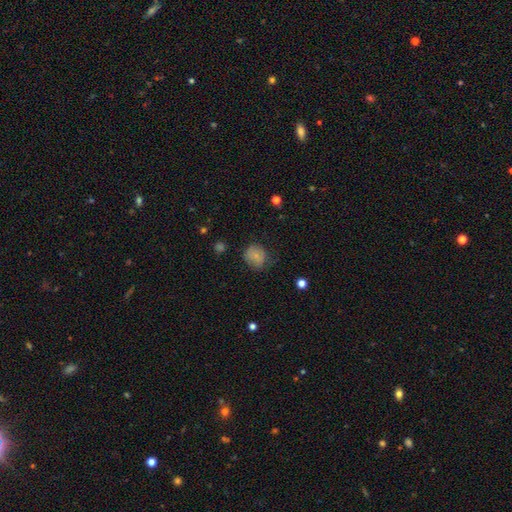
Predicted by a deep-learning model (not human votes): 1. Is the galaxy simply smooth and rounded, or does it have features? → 77% smooth, 12% featured or disk, 11% star or artifact.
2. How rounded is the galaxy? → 71% round, 28% in between, 1% cigar-shaped.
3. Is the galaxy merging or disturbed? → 58% none, 29% minor disturbance, 11% major disturbance, 2% merger.